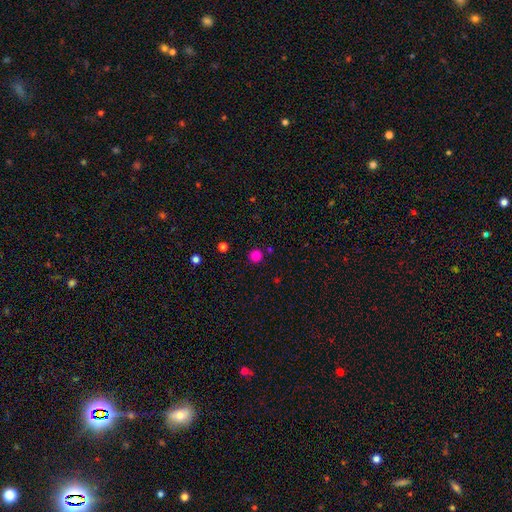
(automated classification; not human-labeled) Overall: smooth (82%). How rounded: round (95%). Merging: none (88%).